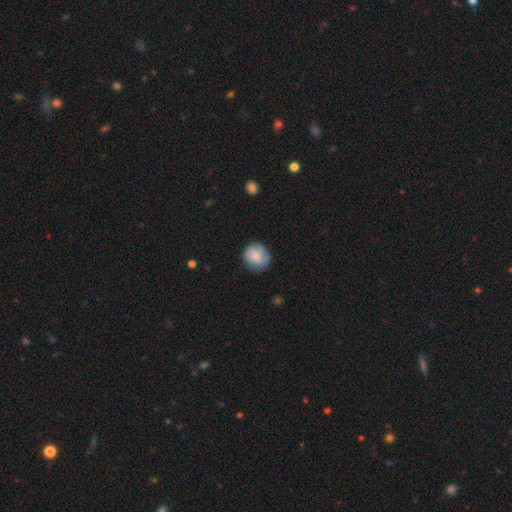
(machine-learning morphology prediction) Smooth or featured? smooth (73%)
How rounded? round (84%)
Merging? none (74%)